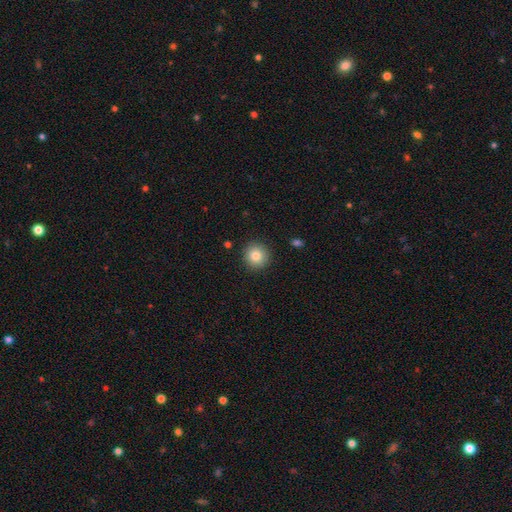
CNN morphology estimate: This is clearly a smooth galaxy (82%). How rounded: clearly round (94%). Merging: clearly none (91%).